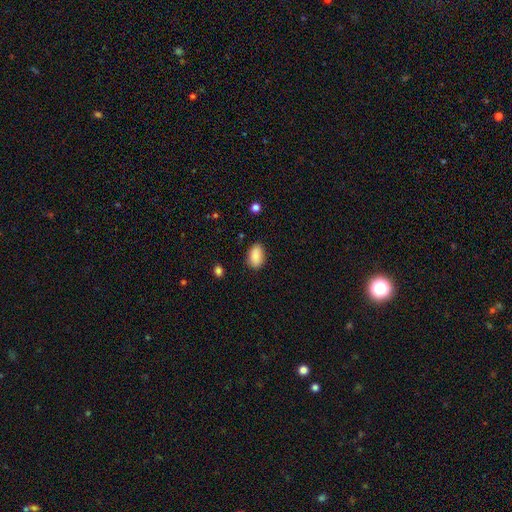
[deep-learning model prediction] smooth-or-featured: smooth: 88% | star or artifact: 7% | featured or disk: 5%
  how-rounded: in between: 91% | round: 7% | cigar-shaped: 2%
  merging: none: 85% | minor disturbance: 12% | major disturbance: 3% | merger: 1%